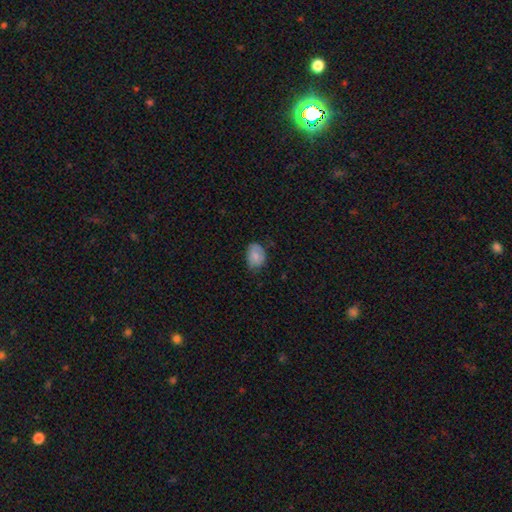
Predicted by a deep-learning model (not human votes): A smooth galaxy with no disk features (79%) that is in between round and cigar-shaped (72%). Merging: none (63%).